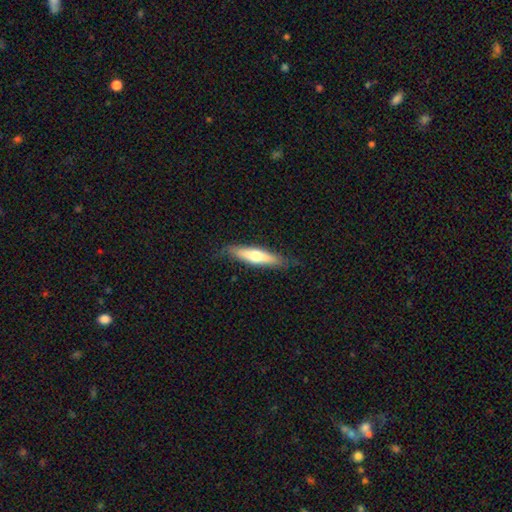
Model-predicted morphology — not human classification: Smooth or featured? smooth (54%)
How rounded? cigar-shaped (75%)
Merging? none (81%)